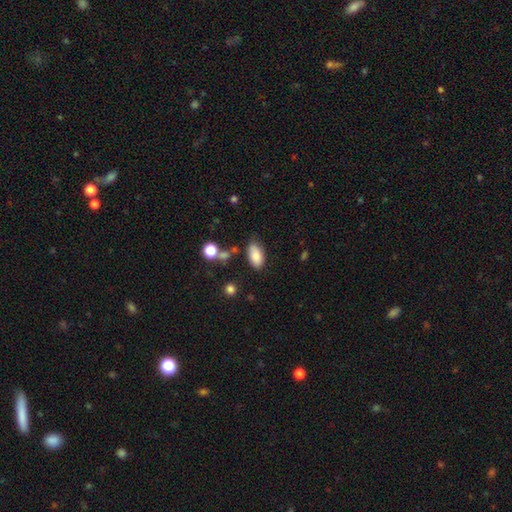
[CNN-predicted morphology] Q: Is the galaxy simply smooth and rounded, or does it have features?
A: smooth — 85%.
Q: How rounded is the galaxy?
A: in between — 93%.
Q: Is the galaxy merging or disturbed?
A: none — 75%.